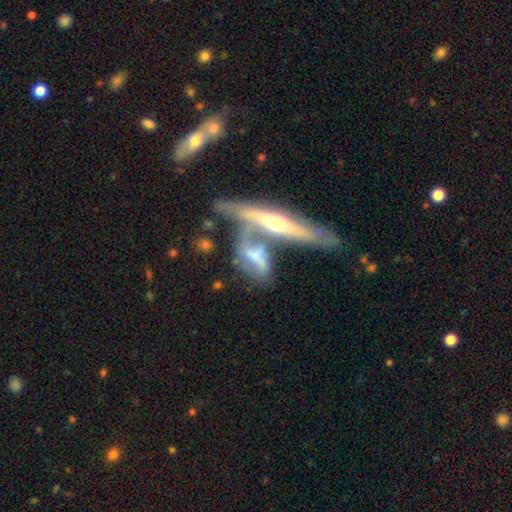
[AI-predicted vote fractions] A featured or disk galaxy (59%) viewed edge-on (50%, tied with no). Merging: merger (53%).